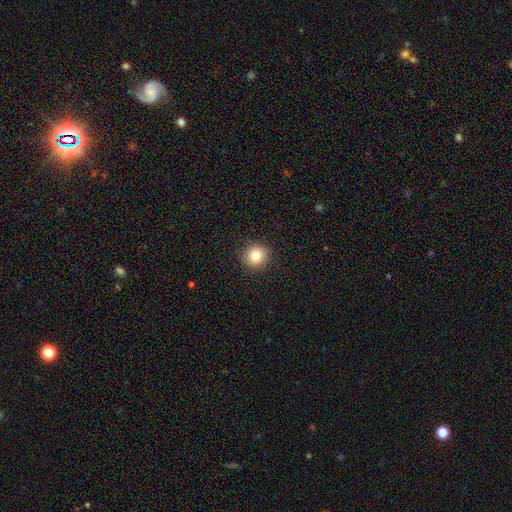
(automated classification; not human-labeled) Smooth or featured? smooth (81%)
How rounded? round (92%)
Merging? none (91%)